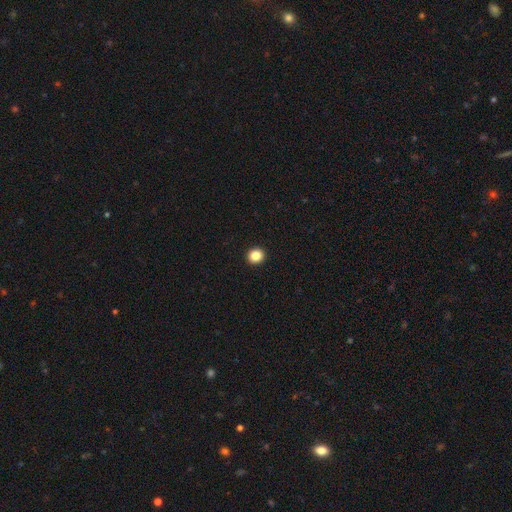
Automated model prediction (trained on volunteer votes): Q: Smooth or featured?
A: smooth (85%); runner-up: star or artifact (10%)
Q: How rounded?
A: round (90%); runner-up: in between (9%)
Q: Merging?
A: none (94%); runner-up: minor disturbance (3%)